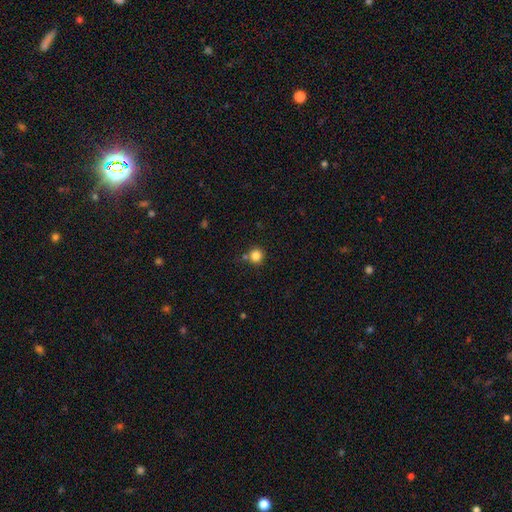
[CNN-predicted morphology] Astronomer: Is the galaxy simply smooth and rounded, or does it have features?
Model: smooth — 83%.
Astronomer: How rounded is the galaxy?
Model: round — 92%.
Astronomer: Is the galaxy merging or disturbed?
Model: none — 74%.